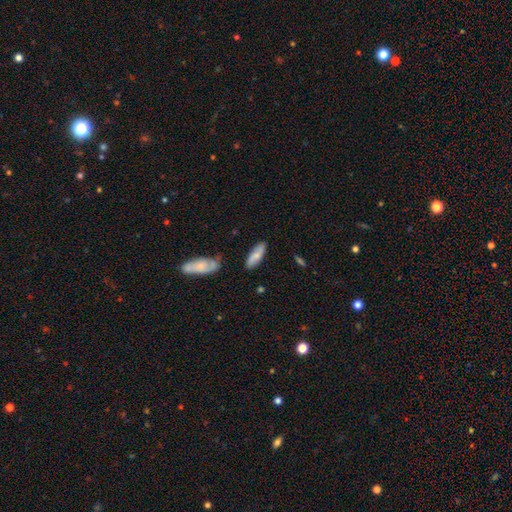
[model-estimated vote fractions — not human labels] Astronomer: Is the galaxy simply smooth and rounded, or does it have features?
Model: smooth — 69%.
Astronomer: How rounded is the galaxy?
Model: in between — 62%.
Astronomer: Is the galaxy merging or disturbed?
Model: none — 78%.